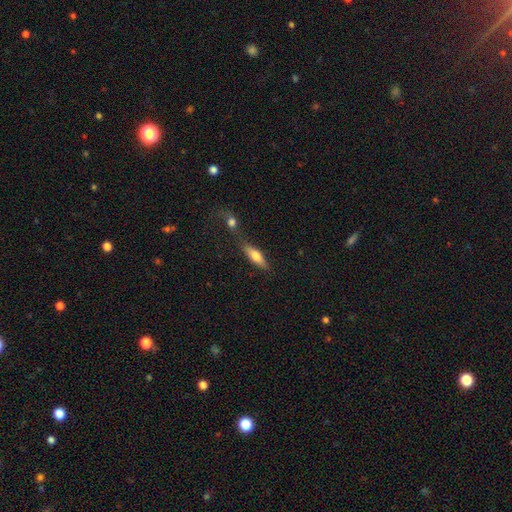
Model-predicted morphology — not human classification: type=smooth (65%); roundness=in between (50%); merging=none (60%).